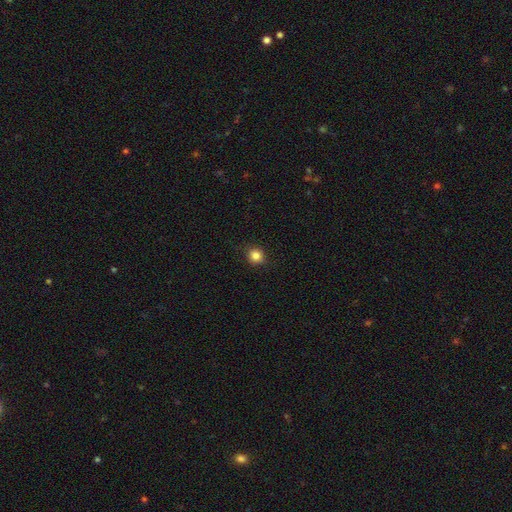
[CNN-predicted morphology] A smooth galaxy with no disk features (84%) that is round (86%). Merging: none (89%).